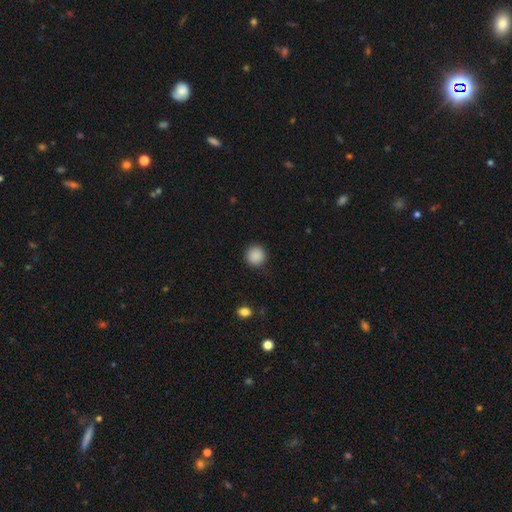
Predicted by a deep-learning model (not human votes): A smooth galaxy with no disk features (89%) that is round (94%). Merging: none (90%).